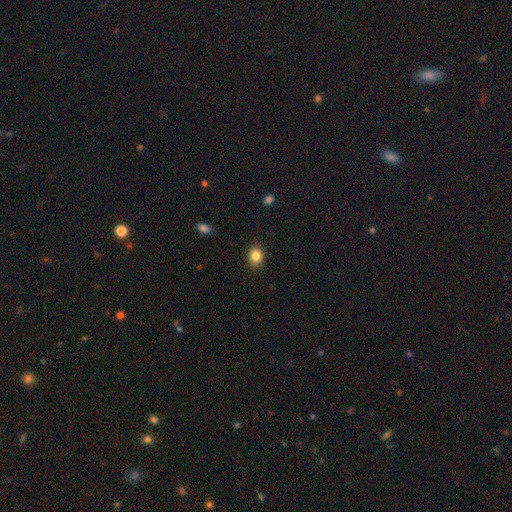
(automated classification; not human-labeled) This appears to be a smooth galaxy with no disk features (85%) that is round (52%). Merging: none (87%).